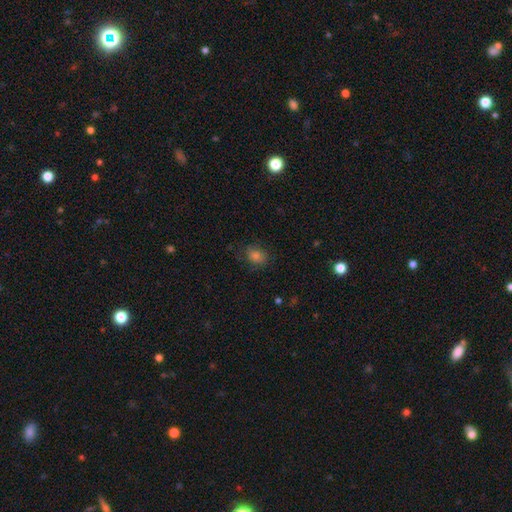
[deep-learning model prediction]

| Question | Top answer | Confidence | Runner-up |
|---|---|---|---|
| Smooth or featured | smooth | 73% | star or artifact (18%) |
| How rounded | round | 52% | in between (47%) |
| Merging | none | 77% | minor disturbance (16%) |